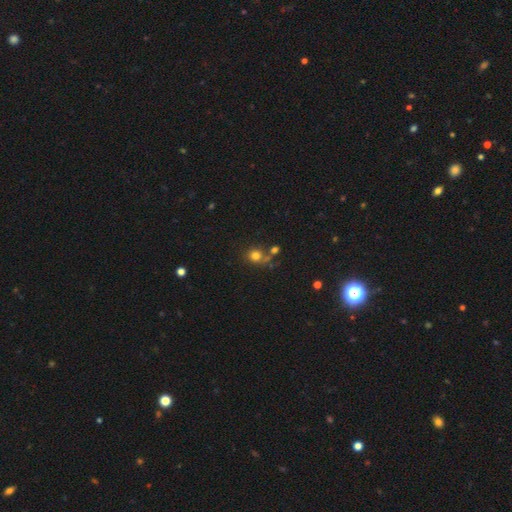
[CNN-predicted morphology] Q: Smooth or featured?
A: smooth (76%); runner-up: star or artifact (14%)
Q: How rounded?
A: round (80%); runner-up: in between (19%)
Q: Merging?
A: none (55%); runner-up: merger (22%)